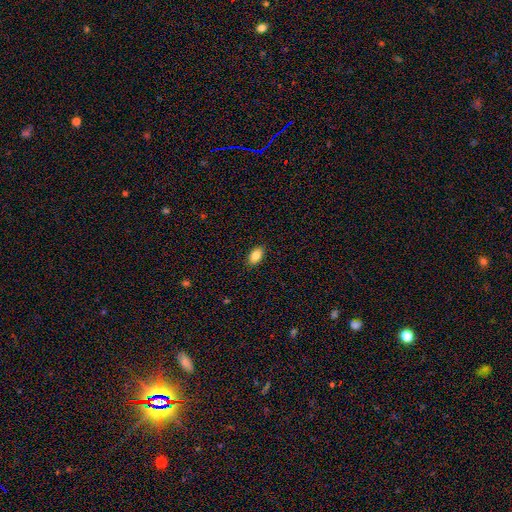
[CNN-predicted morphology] Smooth or featured: smooth — 85% (star or artifact — 8%)
How rounded: in between — 91% (round — 6%)
Merging: none — 89% (minor disturbance — 8%)